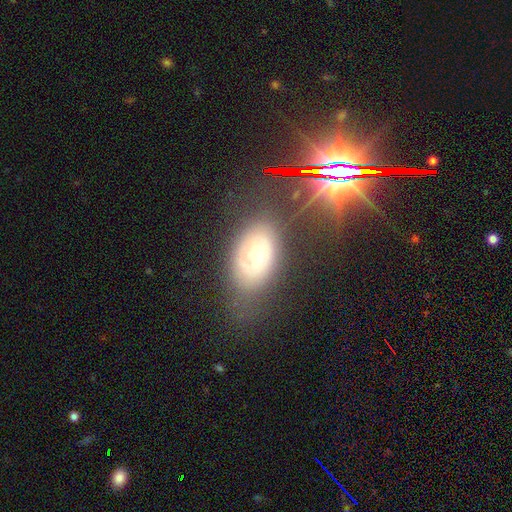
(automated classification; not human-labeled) Q: Smooth or featured?
A: smooth (45%); runner-up: featured or disk (38%)
Q: Merging?
A: none (70%); runner-up: minor disturbance (19%)